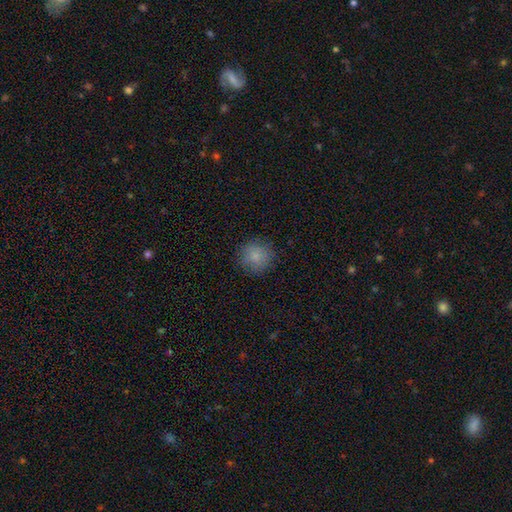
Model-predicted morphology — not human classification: smooth 84%, star or artifact 9%, featured or disk 6%. Down the decision tree: how rounded — round (93%); merging — none (86%).